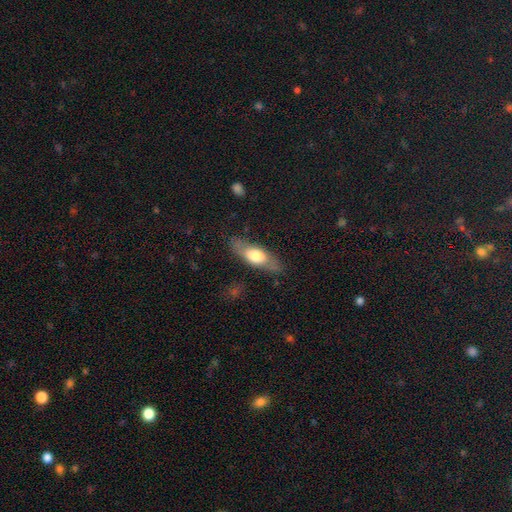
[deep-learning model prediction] Morphology: type=smooth (59%); roundness=in between (64%); merging=none (80%).